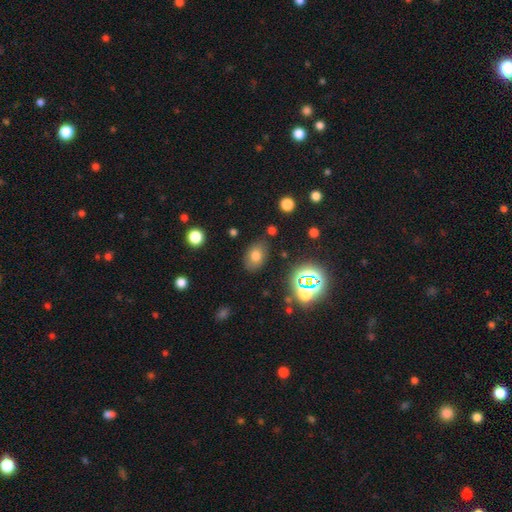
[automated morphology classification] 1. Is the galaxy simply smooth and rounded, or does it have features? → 72% smooth, 15% star or artifact, 13% featured or disk.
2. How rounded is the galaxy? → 80% in between, 19% round, 1% cigar-shaped.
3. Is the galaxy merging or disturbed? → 79% none, 13% minor disturbance, 4% major disturbance, 4% merger.